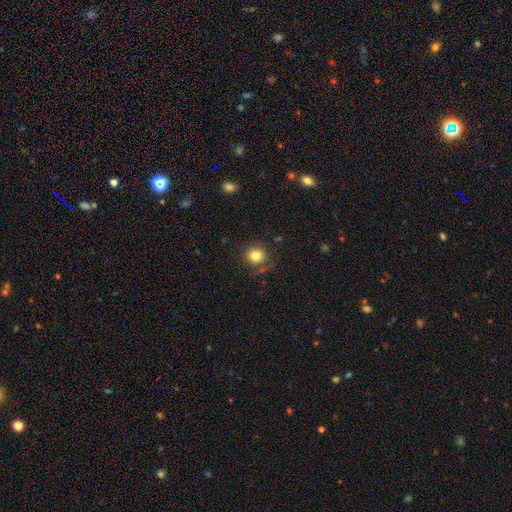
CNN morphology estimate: Q: Smooth or featured?
A: smooth (81%); runner-up: star or artifact (12%)
Q: How rounded?
A: round (89%); runner-up: in between (10%)
Q: Merging?
A: none (83%); runner-up: minor disturbance (10%)